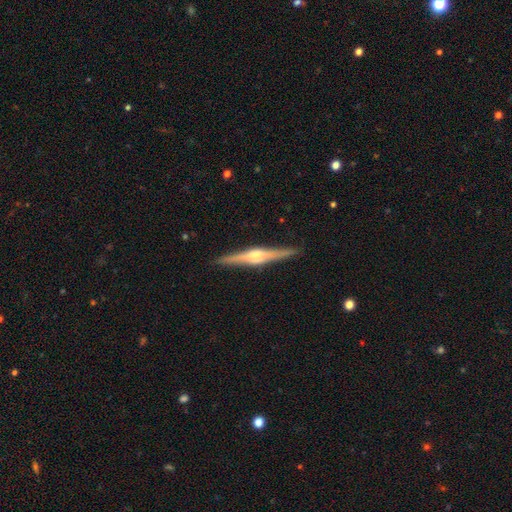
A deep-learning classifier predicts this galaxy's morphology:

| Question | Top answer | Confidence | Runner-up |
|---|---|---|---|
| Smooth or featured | featured or disk | 81% | smooth (14%) |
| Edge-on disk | yes | 98% | no (2%) |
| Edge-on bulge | rounded | 81% | boxy (14%) |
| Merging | none | 91% | minor disturbance (7%) |